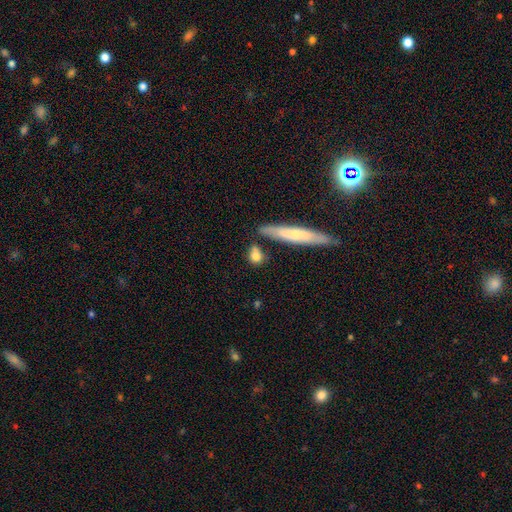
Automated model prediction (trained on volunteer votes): Smooth or featured: smooth — 77% (featured or disk — 15%)
How rounded: round — 39% (in between — 37%)
Merging: none — 63% (minor disturbance — 17%)